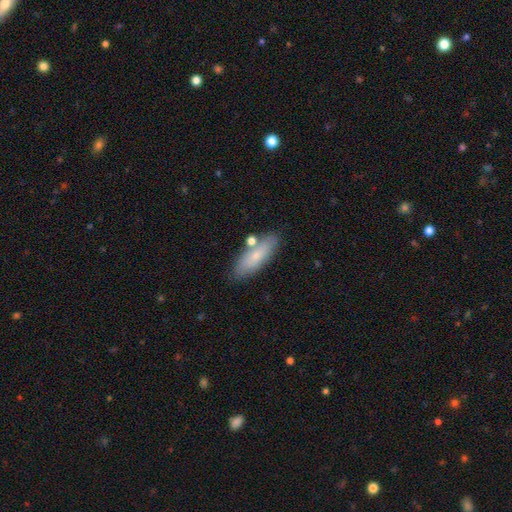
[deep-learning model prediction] Overall: smooth (71%). How rounded: in between (60%; cigar-shaped 38%). Merging: none (77%).